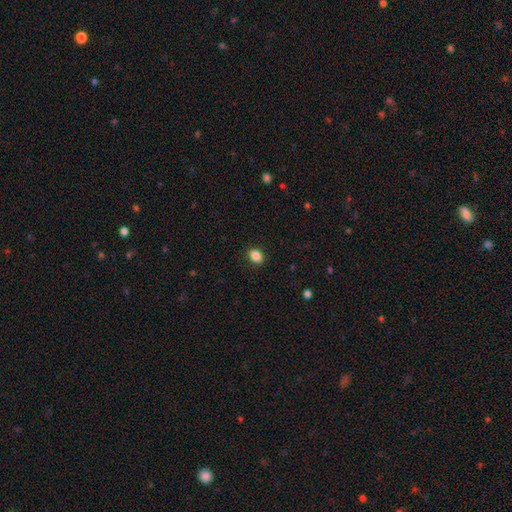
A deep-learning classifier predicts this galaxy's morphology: A smooth galaxy with no disk features (87%) that is in between round and cigar-shaped (66%).

Vote fractions:
- Smooth or featured? smooth: 87% / star or artifact: 9% / featured or disk: 4%
- How rounded? in between: 66% / round: 33% / cigar-shaped: 1%
- Merging? none: 90% / minor disturbance: 7% / major disturbance: 2% / merger: 1%